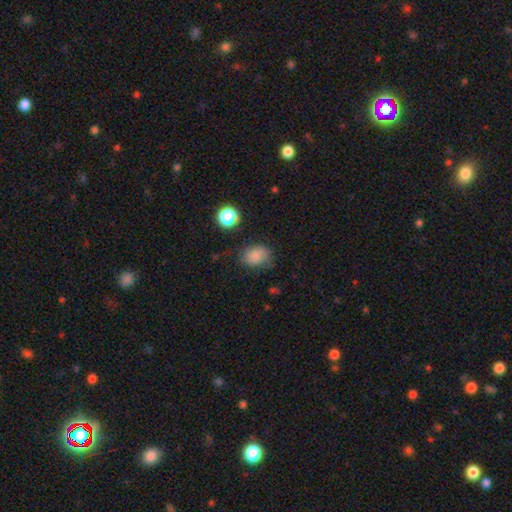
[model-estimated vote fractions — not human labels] Smooth or featured?
  - smooth: 80% *
  - star or artifact: 12%
  - featured or disk: 8%
How rounded?
  - in between: 57% *
  - round: 42%
  - cigar-shaped: 1%
Merging?
  - none: 67% *
  - minor disturbance: 23%
  - major disturbance: 7%
  - merger: 2%